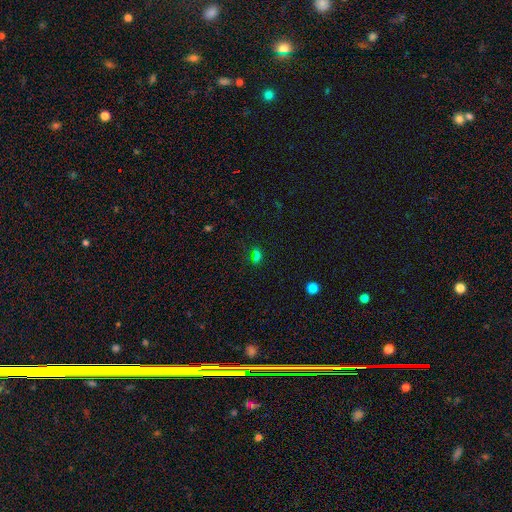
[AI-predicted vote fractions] Morphology: type=smooth (60%); roundness=in between (68%); merging=none (73%).